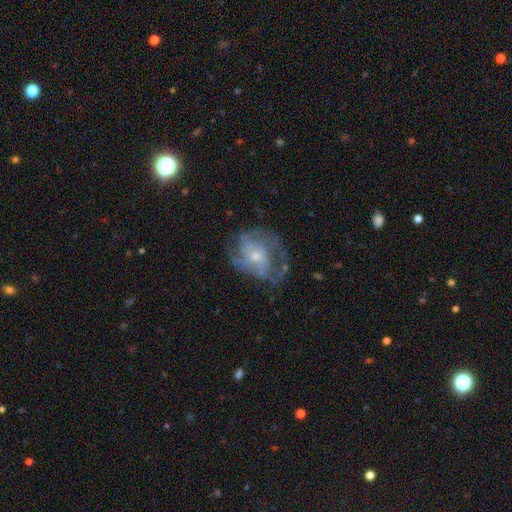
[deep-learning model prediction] Smooth or featured? Predicted: featured or disk (p=0.73). Edge-on disk? Predicted: no (p=0.97). Bar? Predicted: no (p=0.76). Spiral arms? Predicted: yes (p=0.75). Spiral winding? Predicted: medium (p=0.43). Spiral arm count? Predicted: can't tell (p=0.39). Bulge size? Predicted: small (p=0.54). Merging? Predicted: none (p=0.53).